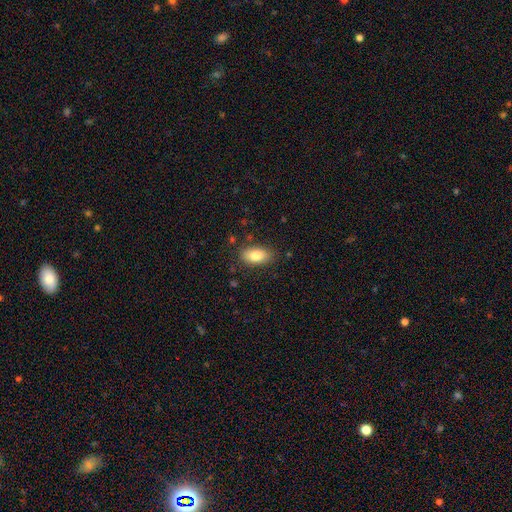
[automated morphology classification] Overall: smooth (84%). How rounded: in between (92%). Merging: none (83%).